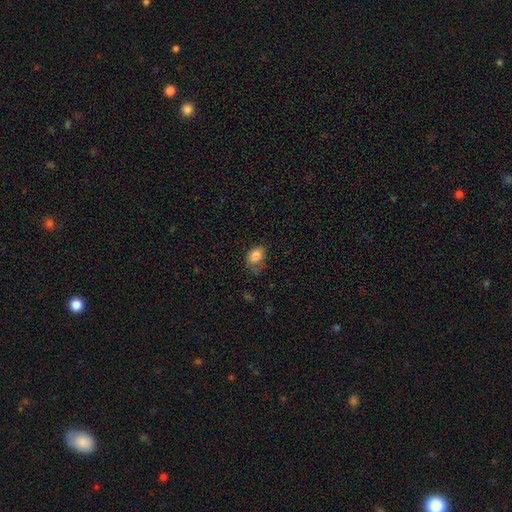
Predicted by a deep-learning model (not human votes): A smooth galaxy with no disk features (84%) that is in between round and cigar-shaped (84%).

Vote fractions:
- Smooth or featured? smooth: 84% / star or artifact: 9% / featured or disk: 7%
- How rounded? in between: 84% / round: 15% / cigar-shaped: 1%
- Merging? none: 49% / minor disturbance: 32% / major disturbance: 17% / merger: 2%